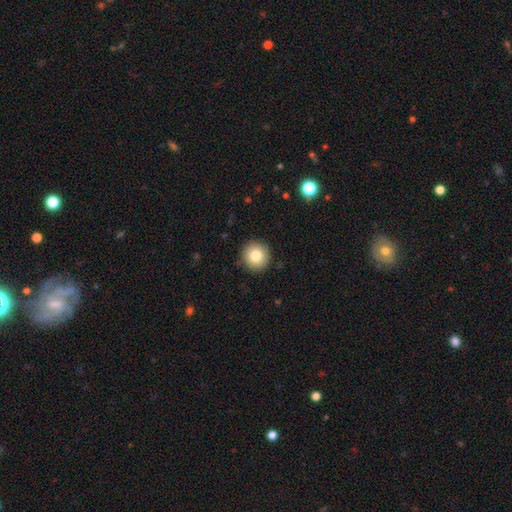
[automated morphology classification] This is clearly a smooth galaxy (81%). How rounded: clearly round (95%). Merging: clearly none (92%).